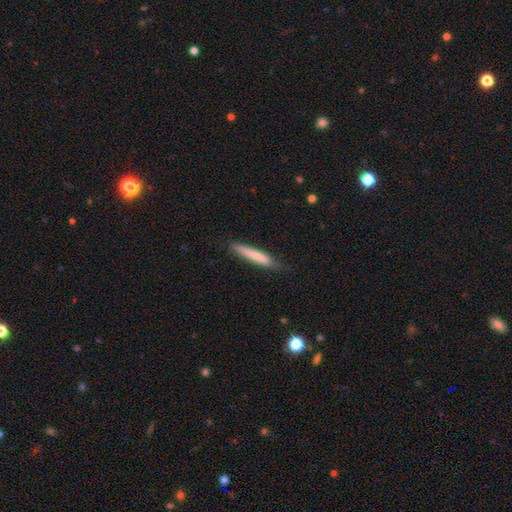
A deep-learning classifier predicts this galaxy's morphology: smooth-or-featured: smooth: 72% | featured or disk: 22% | star or artifact: 6%
  how-rounded: cigar-shaped: 93% | in between: 6% | round: 1%
  merging: none: 76% | minor disturbance: 20% | major disturbance: 3% | merger: 1%